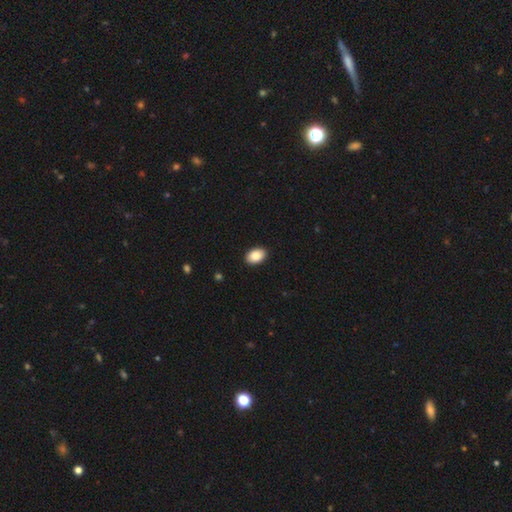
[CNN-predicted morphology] A smooth galaxy with no disk features (88%) that is in between round and cigar-shaped (88%).

Vote fractions:
- Smooth or featured? smooth: 88% / star or artifact: 7% / featured or disk: 5%
- How rounded? in between: 88% / round: 11% / cigar-shaped: 1%
- Merging? none: 91% / minor disturbance: 6% / major disturbance: 2% / merger: 1%